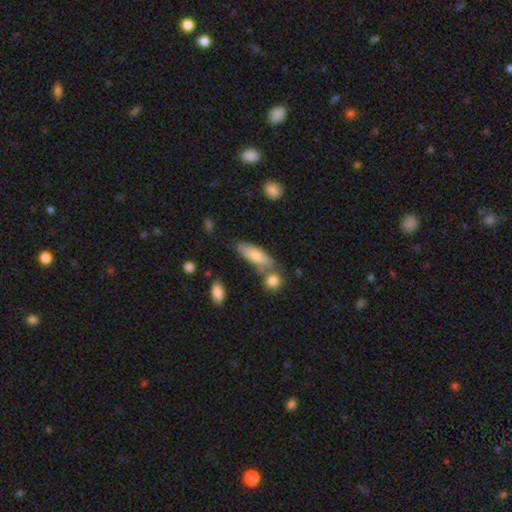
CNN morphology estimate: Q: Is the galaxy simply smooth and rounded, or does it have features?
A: smooth — 75%.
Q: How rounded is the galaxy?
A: in between — 63%.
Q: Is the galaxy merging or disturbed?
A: none — 60%.